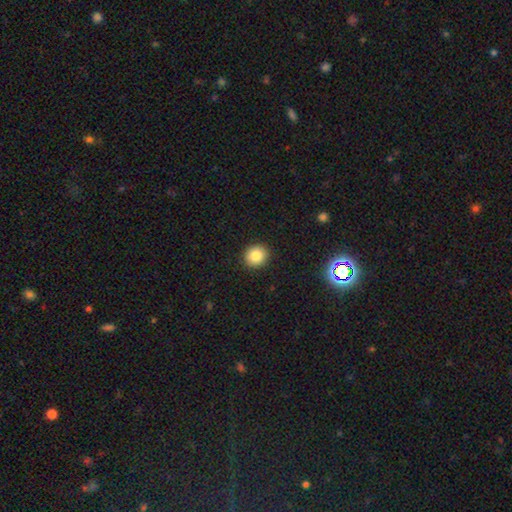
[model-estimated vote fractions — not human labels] Smooth or featured? smooth (85%)
How rounded? round (82%)
Merging? none (92%)